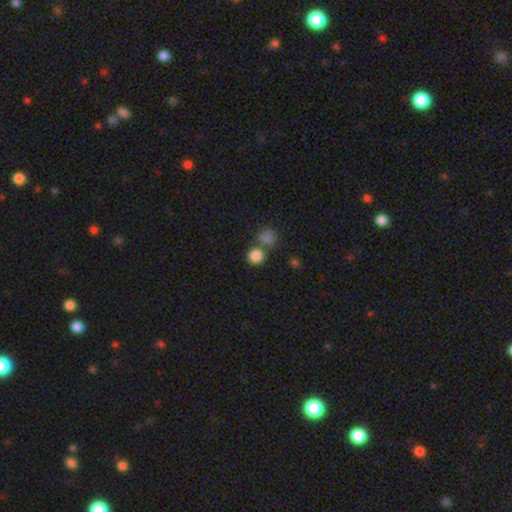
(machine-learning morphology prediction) This is clearly a smooth galaxy (84%). How rounded: clearly round (89%). Merging: likely none (60%).